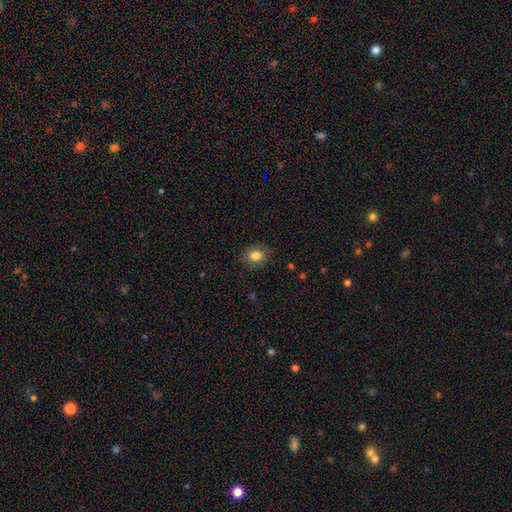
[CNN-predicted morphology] Smooth or featured?
  - smooth: 81% *
  - featured or disk: 10%
  - star or artifact: 9%
How rounded?
  - in between: 50% *
  - round: 49%
  - cigar-shaped: 1%
Merging?
  - none: 83% *
  - minor disturbance: 12%
  - major disturbance: 3%
  - merger: 1%